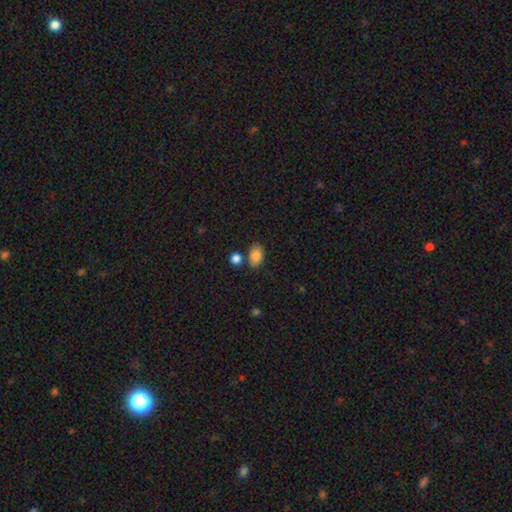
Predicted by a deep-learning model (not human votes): Q: Smooth or featured?
A: smooth (85%); runner-up: star or artifact (9%)
Q: How rounded?
A: in between (85%); runner-up: round (14%)
Q: Merging?
A: none (75%); runner-up: minor disturbance (12%)